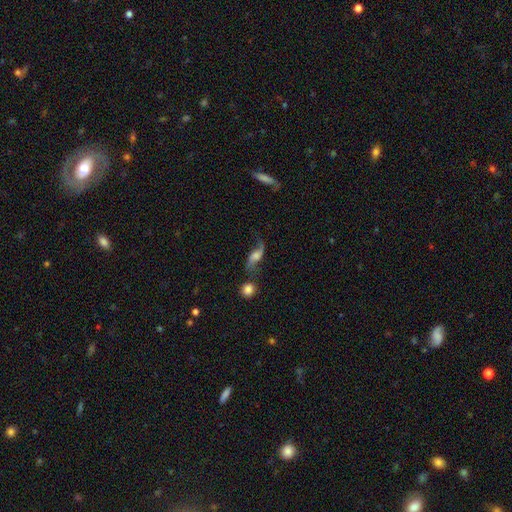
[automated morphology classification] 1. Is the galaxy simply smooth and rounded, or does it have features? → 75% featured or disk, 16% smooth, 8% star or artifact.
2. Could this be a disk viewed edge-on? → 91% no, 9% yes.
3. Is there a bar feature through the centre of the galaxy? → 56% no, 33% weak, 10% strong.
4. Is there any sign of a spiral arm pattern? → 94% yes, 6% no.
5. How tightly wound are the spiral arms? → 91% loose, 7% medium, 2% tight.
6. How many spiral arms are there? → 92% 2, 4% 1, 2% can't tell, 1% 3, 1% 4, 1% more than 4.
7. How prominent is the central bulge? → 38% moderate, 23% small, 20% large, 14% none, 4% dominant.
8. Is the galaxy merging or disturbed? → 59% none, 18% minor disturbance, 13% major disturbance, 10% merger.